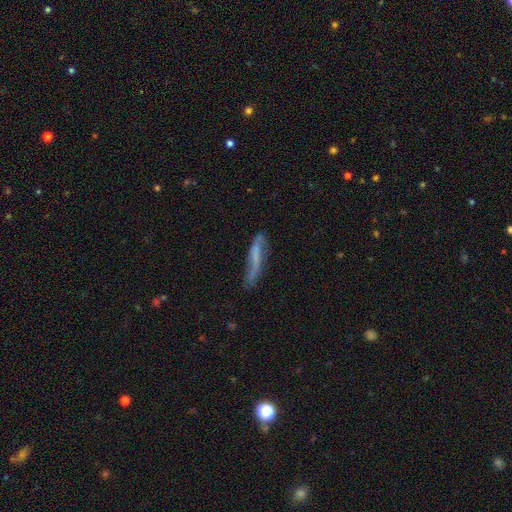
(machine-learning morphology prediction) Overall: featured or disk (55%; smooth 36%). Edge-on disk: no (60%; yes 40%). Merging: none (53%; minor disturbance 28%).